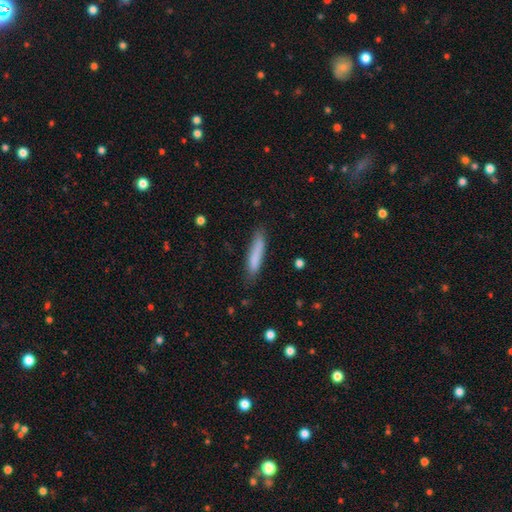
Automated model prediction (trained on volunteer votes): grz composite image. It shows a smooth galaxy with no disk features (80%) that is cigar-shaped (87%). Merging: none (80%).